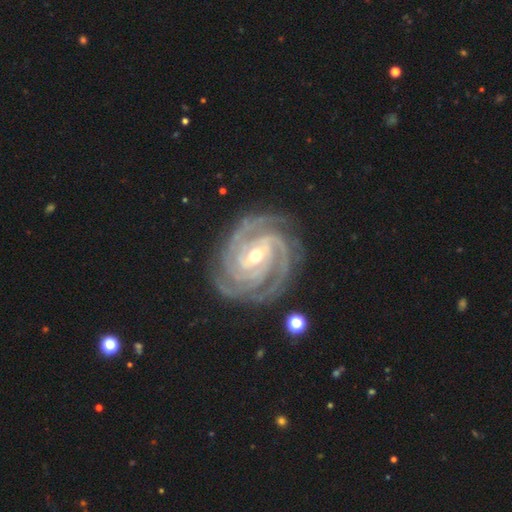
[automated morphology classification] Q: Smooth or featured?
A: featured or disk (94%); runner-up: star or artifact (4%)
Q: Edge-on disk?
A: no (98%); runner-up: yes (2%)
Q: Bar?
A: weak (41%); runner-up: strong (39%)
Q: Spiral arms?
A: yes (99%); runner-up: no (1%)
Q: Spiral winding?
A: tight (79%); runner-up: medium (19%)
Q: Spiral arm count?
A: 3 (36%); runner-up: 4 (30%)
Q: Bulge size?
A: small (52%); runner-up: moderate (45%)
Q: Merging?
A: none (81%); runner-up: minor disturbance (13%)